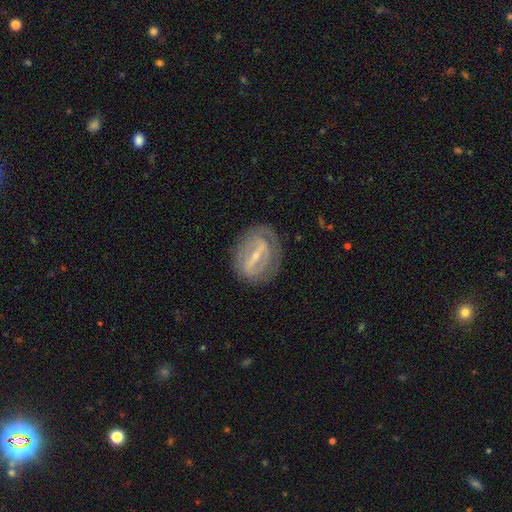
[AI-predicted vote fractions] A featured or disk galaxy (80%) with a strong bar (70%), spiral arms (62%) and a small central bulge (69%).

Vote fractions:
- Smooth or featured? featured or disk: 80% / smooth: 14% / star or artifact: 6%
- Edge-on disk? no: 90% / yes: 10%
- Bar? strong: 70% / weak: 23% / no: 7%
- Spiral arms? yes: 62% / no: 38%
- Bulge size? small: 69% / moderate: 26% / none: 2% / large: 1% / dominant: 1%
- Merging? none: 75% / minor disturbance: 16% / major disturbance: 8% / merger: 1%